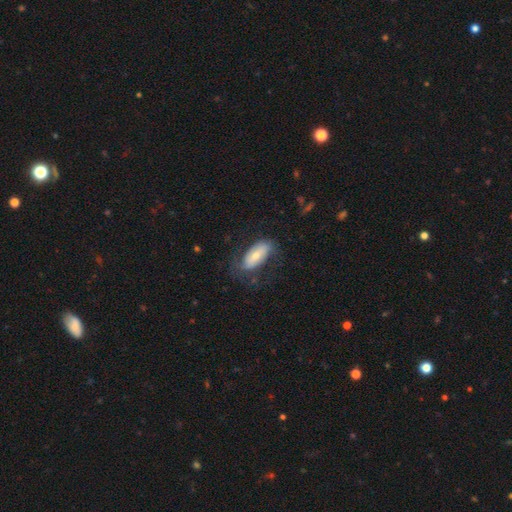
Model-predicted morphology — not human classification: Smooth or featured: smooth — 57% (featured or disk — 36%)
How rounded: in between — 83% (cigar-shaped — 15%)
Merging: none — 63% (minor disturbance — 23%)